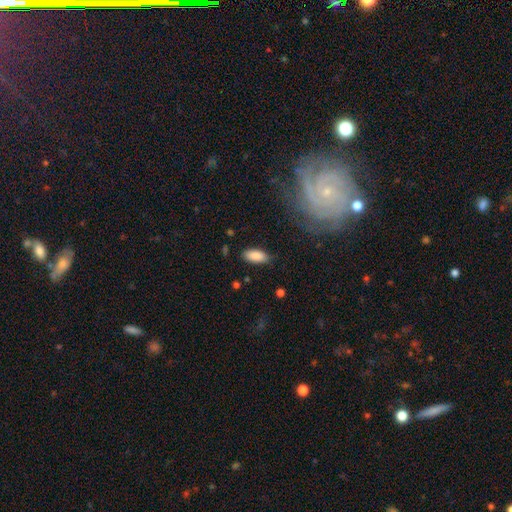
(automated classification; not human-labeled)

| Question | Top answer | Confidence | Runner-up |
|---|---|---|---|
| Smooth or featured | smooth | 88% | star or artifact (7%) |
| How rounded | in between | 87% | cigar-shaped (11%) |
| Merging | none | 83% | minor disturbance (13%) |